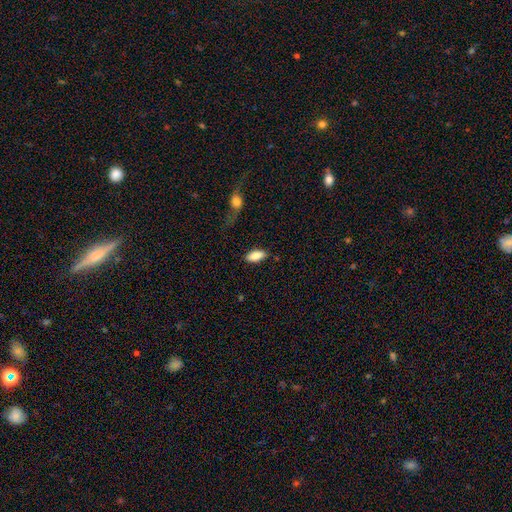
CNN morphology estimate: Smooth or featured?
  - smooth: 86% *
  - featured or disk: 7%
  - star or artifact: 6%
How rounded?
  - in between: 88% *
  - cigar-shaped: 10%
  - round: 2%
Merging?
  - none: 80% *
  - minor disturbance: 13%
  - major disturbance: 4%
  - merger: 3%